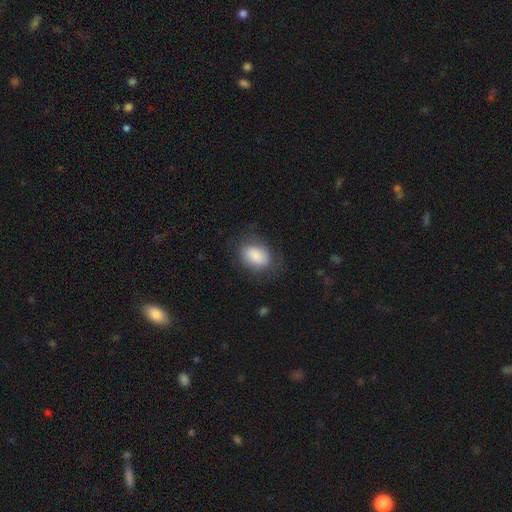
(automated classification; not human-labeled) A smooth galaxy with no disk features (85%) that is in between round and cigar-shaped (80%).

Vote fractions:
- Smooth or featured? smooth: 85% / featured or disk: 8% / star or artifact: 7%
- How rounded? in between: 80% / round: 19% / cigar-shaped: 1%
- Merging? none: 73% / minor disturbance: 18% / major disturbance: 8% / merger: 1%